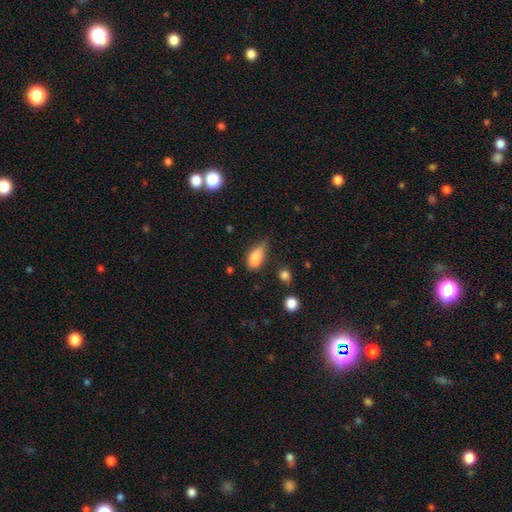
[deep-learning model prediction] Smooth or featured: smooth — 76% (featured or disk — 13%)
How rounded: in between — 80% (cigar-shaped — 13%)
Merging: minor disturbance — 39% (none — 32%)